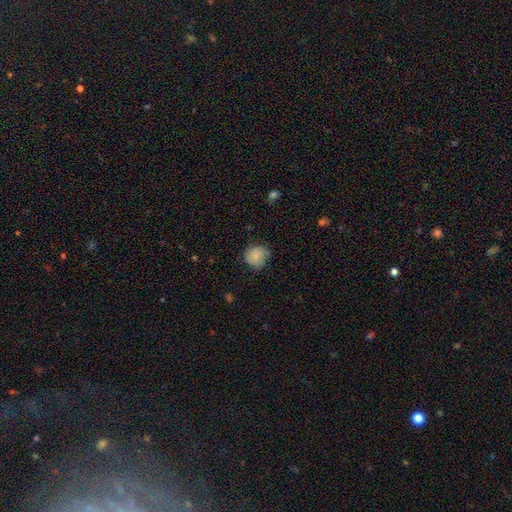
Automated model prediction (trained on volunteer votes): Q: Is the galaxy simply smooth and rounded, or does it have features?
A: smooth — 76%.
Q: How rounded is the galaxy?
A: round — 84%.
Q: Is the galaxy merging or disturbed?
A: none — 67%.